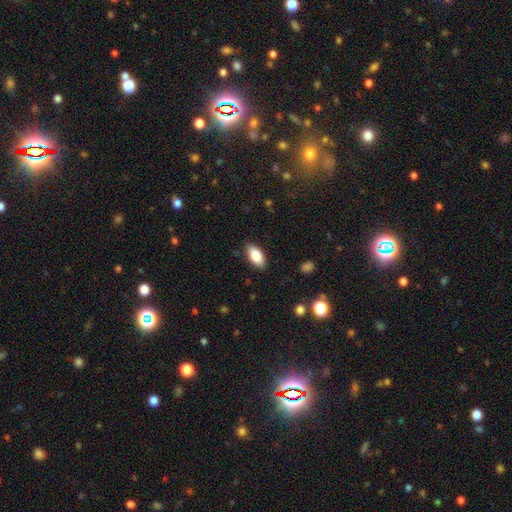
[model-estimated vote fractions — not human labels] Morphology: type=smooth (84%); roundness=in between (91%); merging=none (87%).